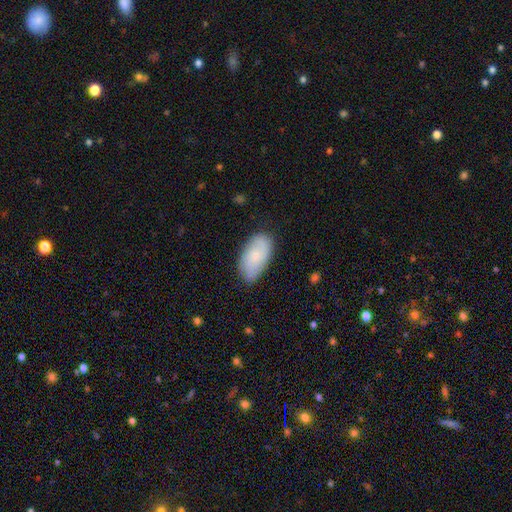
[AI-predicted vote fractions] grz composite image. It shows a smooth galaxy with no disk features (63%) that is in between round and cigar-shaped (94%). Merging: none (78%).